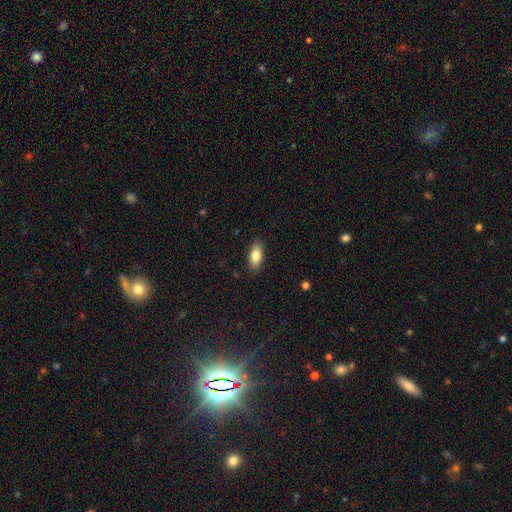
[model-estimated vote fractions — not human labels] Q: Smooth or featured?
A: smooth (83%); runner-up: featured or disk (11%)
Q: How rounded?
A: in between (86%); runner-up: cigar-shaped (11%)
Q: Merging?
A: none (87%); runner-up: minor disturbance (10%)